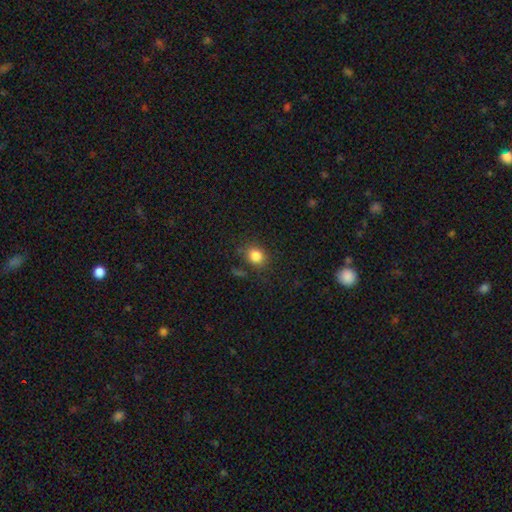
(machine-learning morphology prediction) Smooth or featured? smooth (82%)
How rounded? round (66%)
Merging? none (80%)